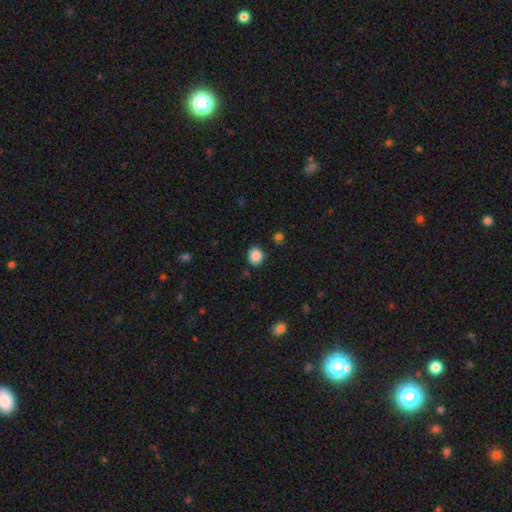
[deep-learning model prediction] The model was most divided on "how rounded": round: 76%, in between: 23%, cigar-shaped: 1%. More confident: smooth or featured — smooth (87%); merging — none (85%).